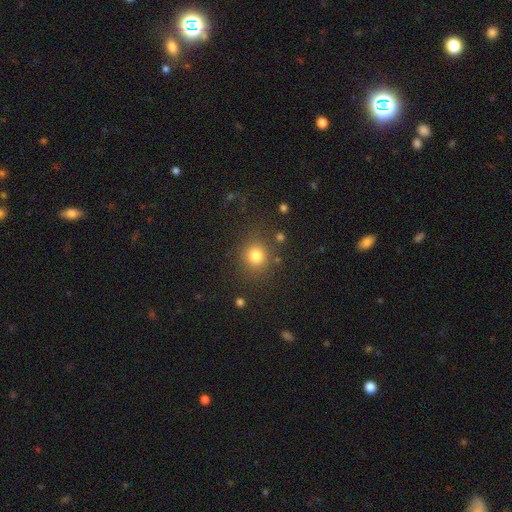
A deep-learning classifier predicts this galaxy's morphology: Smooth or featured? Predicted: smooth (p=0.80). How rounded? Predicted: round (p=0.86). Merging? Predicted: none (p=0.82).